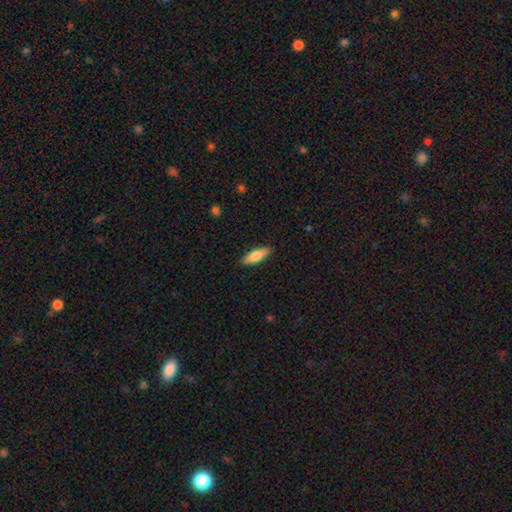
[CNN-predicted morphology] Smooth or featured: smooth — 75% (featured or disk — 19%)
How rounded: in between — 52% (cigar-shaped — 46%)
Merging: none — 89% (minor disturbance — 8%)